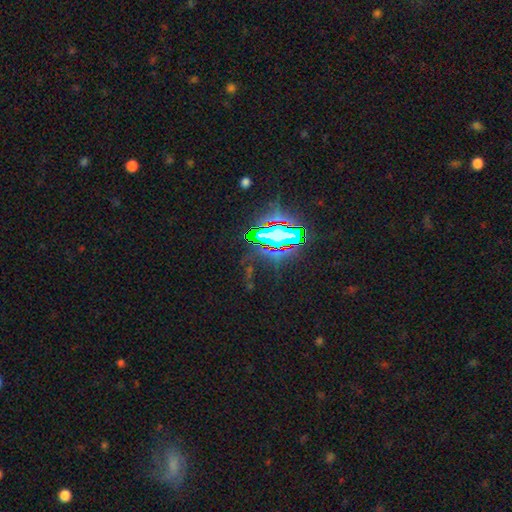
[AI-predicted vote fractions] Morphology: type=star or artifact (83%).